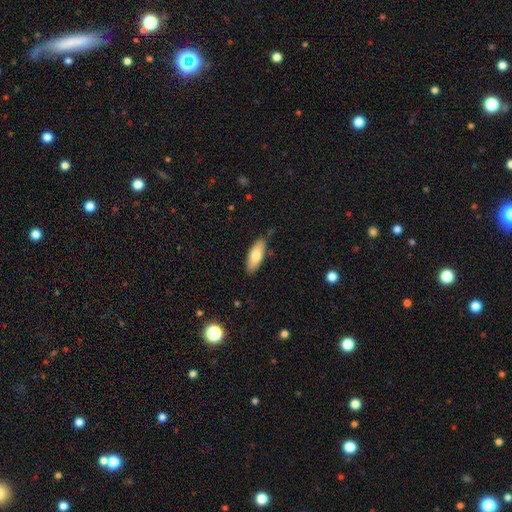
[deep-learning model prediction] smooth_or_featured: smooth (p=0.76) [alt: featured or disk p=0.18]
how_rounded: in between (p=0.72) [alt: cigar-shaped p=0.26]
merging: none (p=0.82) [alt: minor disturbance p=0.14]